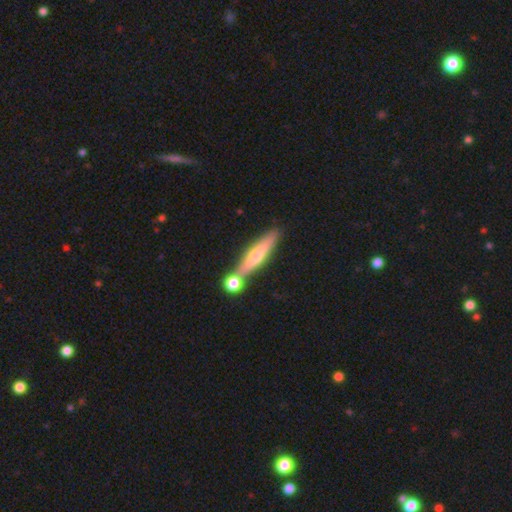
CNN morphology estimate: Q: Smooth or featured?
A: featured or disk (47%); runner-up: smooth (46%)
Q: Merging?
A: none (71%); runner-up: merger (16%)